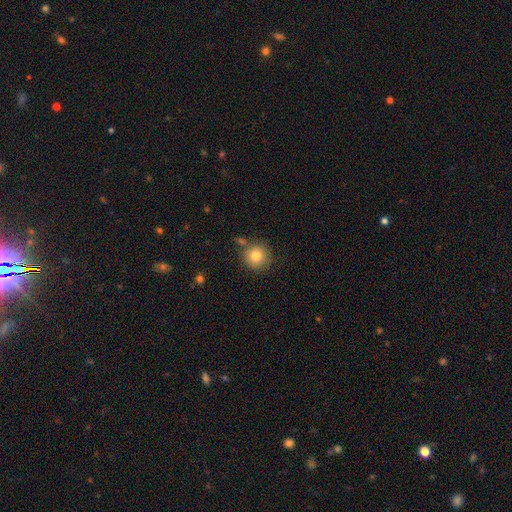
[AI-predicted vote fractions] The model was most divided on "merging": none: 78%, minor disturbance: 10%, merger: 9%, major disturbance: 3%. More confident: how rounded — round (94%); smooth or featured — smooth (81%).